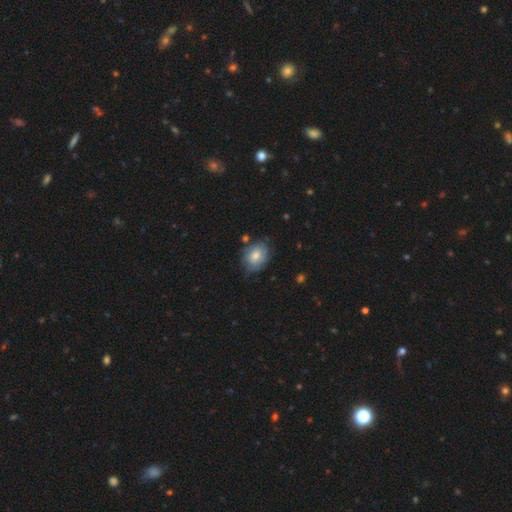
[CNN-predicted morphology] A smooth galaxy with no disk features (64%) that is in between round and cigar-shaped (53%). Merging: none (64%).